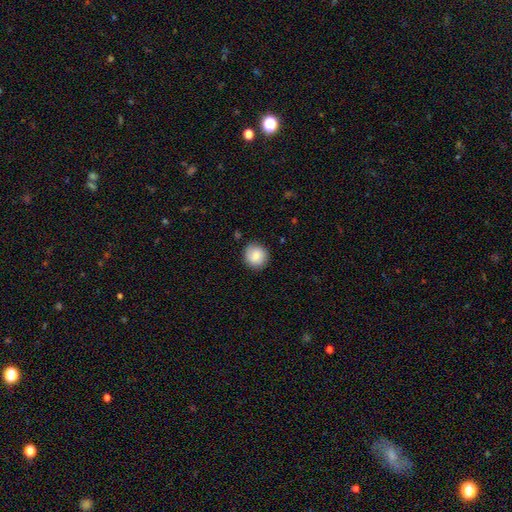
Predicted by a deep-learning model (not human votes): Morphology: type=smooth (81%); roundness=round (90%); merging=none (85%).